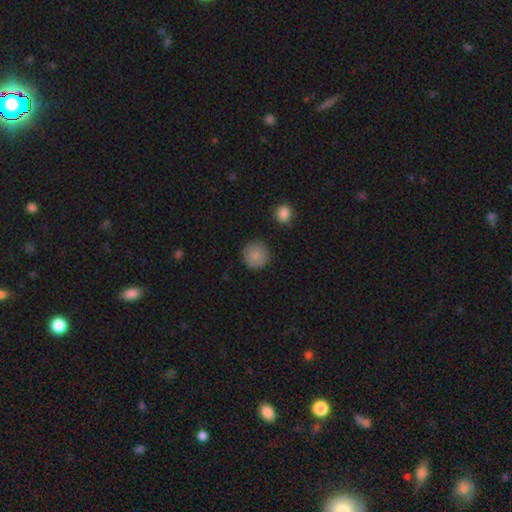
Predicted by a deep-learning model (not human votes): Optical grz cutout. It shows a smooth galaxy with no disk features (87%) that is round (94%). Merging: none (88%).